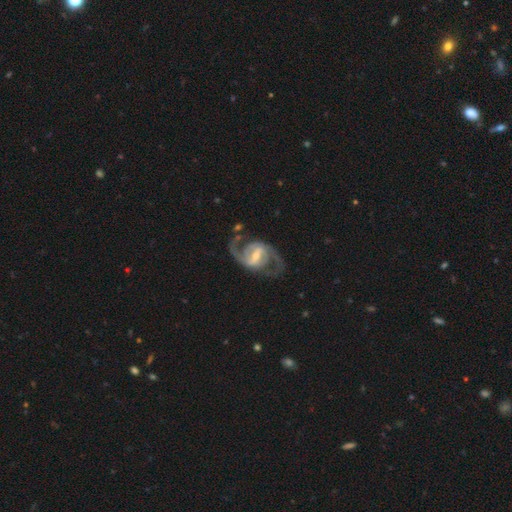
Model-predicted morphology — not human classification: smooth_or_featured: featured or disk (p=0.91) [alt: smooth p=0.05]
disk_edge_on: no (p=0.98) [alt: yes p=0.02]
bar: strong (p=0.47) [alt: weak p=0.43]
has_spiral_arms: yes (p=0.97) [alt: no p=0.03]
spiral_winding: medium (p=0.57) [alt: loose p=0.28]
spiral_arm_count: 2 (p=0.93) [alt: can't tell p=0.02]
bulge_size: moderate (p=0.45) [alt: small p=0.43]
merging: none (p=0.73) [alt: minor disturbance p=0.14]